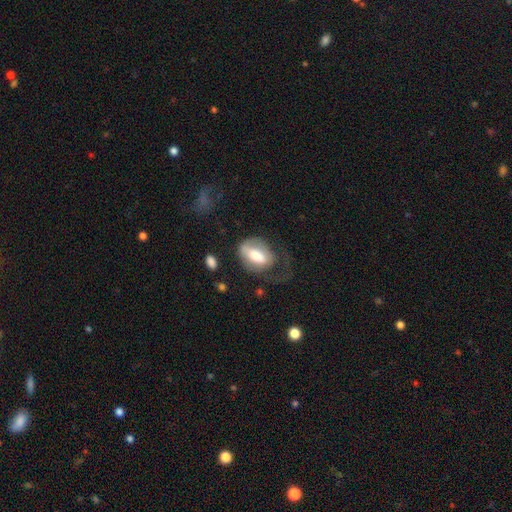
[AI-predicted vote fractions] This is possibly a smooth galaxy (56%). How rounded: clearly in between (88%). Merging: possibly major disturbance (49%).